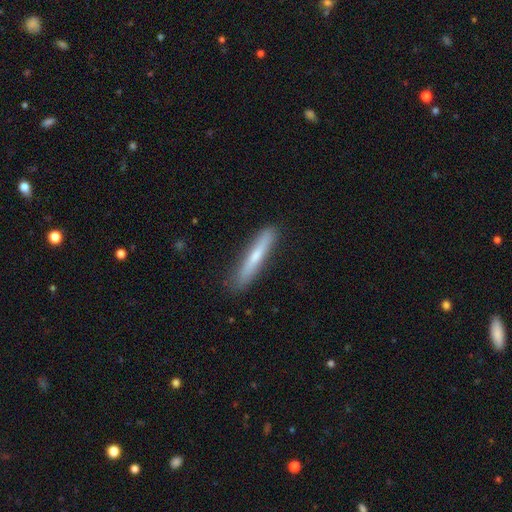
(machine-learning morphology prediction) Smooth or featured? smooth (60%)
How rounded? cigar-shaped (94%)
Merging? none (87%)